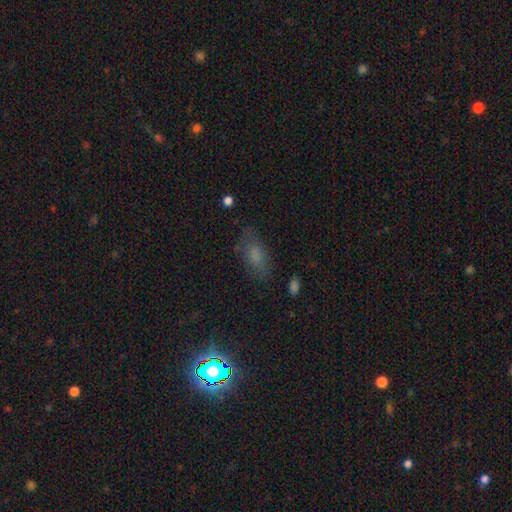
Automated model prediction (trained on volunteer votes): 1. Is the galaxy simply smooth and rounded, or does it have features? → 69% smooth, 17% featured or disk, 14% star or artifact.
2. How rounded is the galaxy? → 87% in between, 7% cigar-shaped, 6% round.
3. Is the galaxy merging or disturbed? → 70% none, 19% minor disturbance, 9% major disturbance, 2% merger.